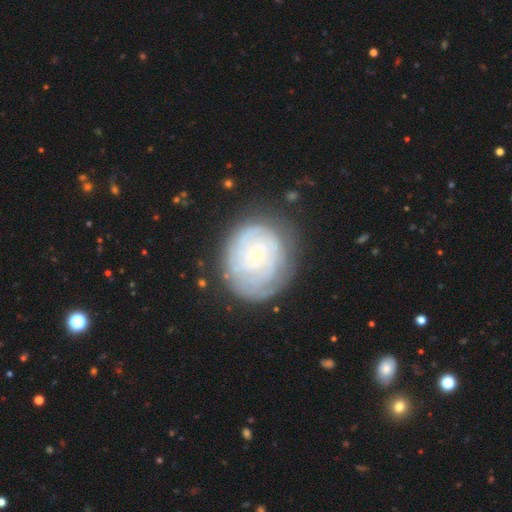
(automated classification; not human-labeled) This appears to be a featured or disk galaxy (69%) with no bar (82%), tight (79%) spiral arms (83%) and a small central bulge (82%). Merging: none (71%).